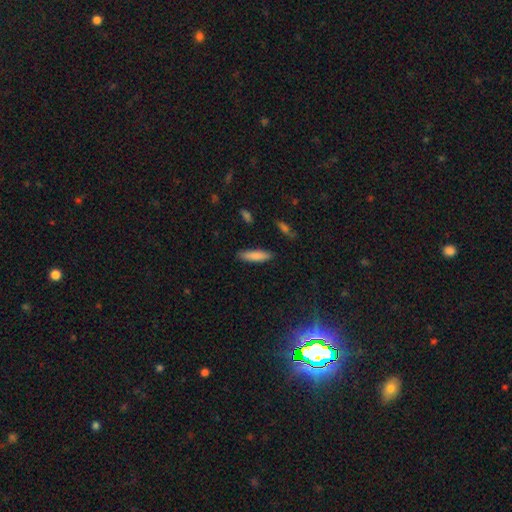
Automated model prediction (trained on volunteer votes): The model was most divided on "how rounded": cigar-shaped: 70%, in between: 28%, round: 1%. More confident: merging — none (86%); smooth or featured — smooth (83%).